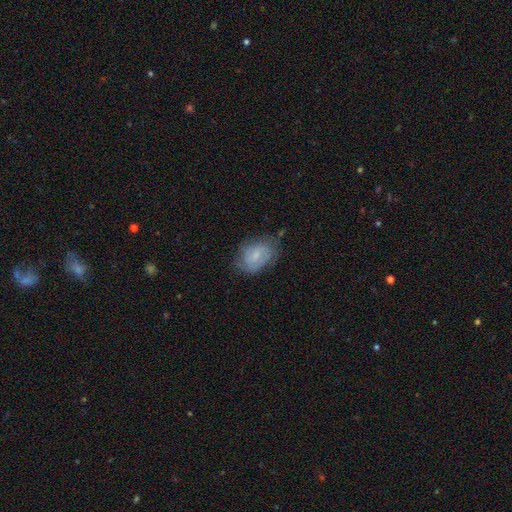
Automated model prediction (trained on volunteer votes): smooth-or-featured: smooth: 52% | featured or disk: 40% | star or artifact: 8%
  how-rounded: in between: 81% | round: 18% | cigar-shaped: 2%
  merging: none: 59% | minor disturbance: 29% | major disturbance: 10% | merger: 2%